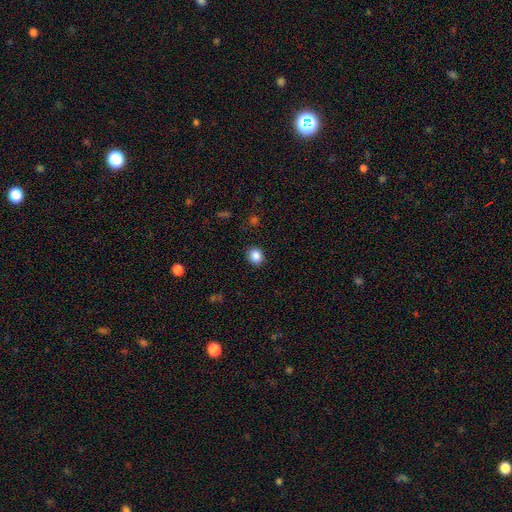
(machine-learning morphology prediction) Smooth or featured?
  - smooth: 86% *
  - star or artifact: 10%
  - featured or disk: 4%
How rounded?
  - round: 76% *
  - in between: 23%
  - cigar-shaped: 1%
Merging?
  - none: 88% *
  - minor disturbance: 9%
  - major disturbance: 3%
  - merger: 1%